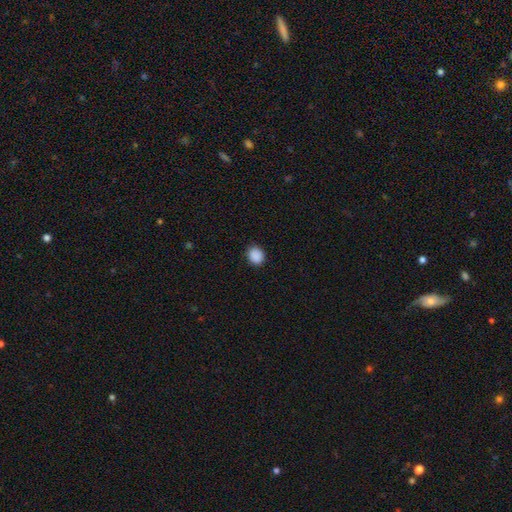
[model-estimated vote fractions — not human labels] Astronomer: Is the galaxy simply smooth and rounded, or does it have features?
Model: smooth — 90%.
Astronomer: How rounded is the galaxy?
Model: round — 68%.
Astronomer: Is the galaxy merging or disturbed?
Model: none — 88%.